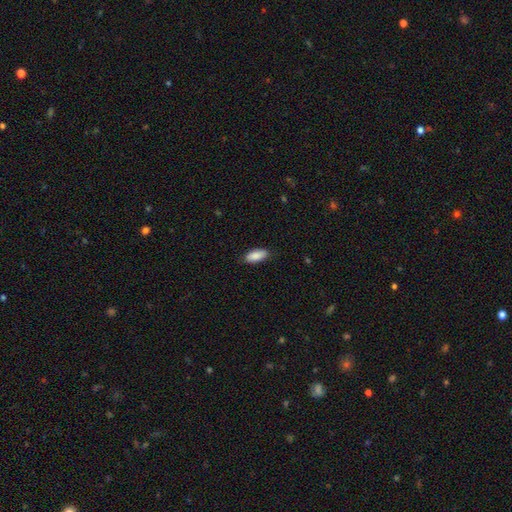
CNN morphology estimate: The model was most divided on "merging": none: 86%, minor disturbance: 11%, major disturbance: 2%, merger: 1%. More confident: smooth or featured — smooth (88%); how rounded — in between (87%).